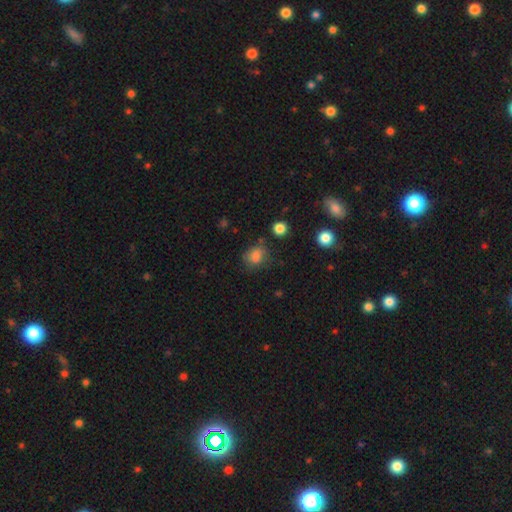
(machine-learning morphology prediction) Q: Smooth or featured?
A: smooth (80%); runner-up: star or artifact (13%)
Q: How rounded?
A: round (56%); runner-up: in between (42%)
Q: Merging?
A: none (64%); runner-up: minor disturbance (22%)